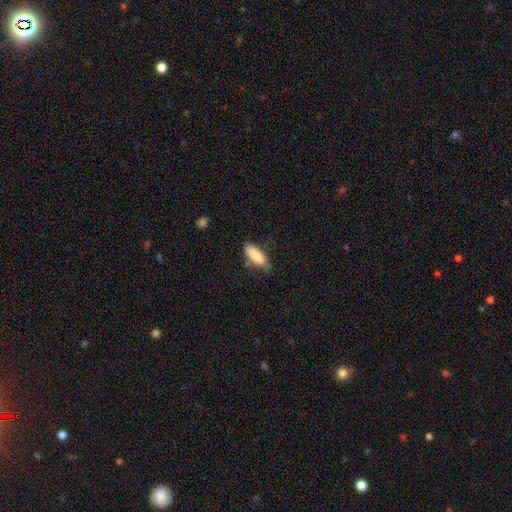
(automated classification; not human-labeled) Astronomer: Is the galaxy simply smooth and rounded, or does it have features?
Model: smooth — 85%.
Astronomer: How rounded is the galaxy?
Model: in between — 71%.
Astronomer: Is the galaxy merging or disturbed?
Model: none — 66%.